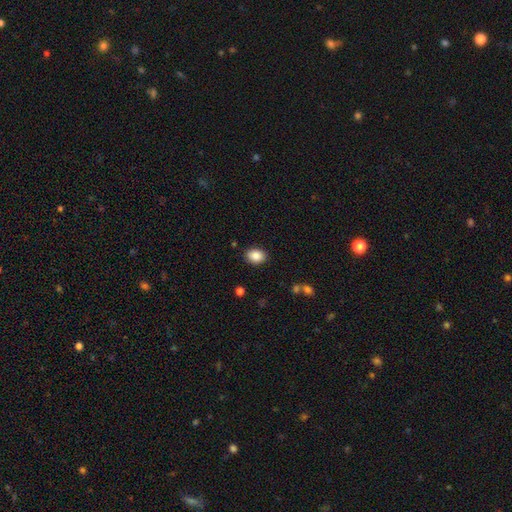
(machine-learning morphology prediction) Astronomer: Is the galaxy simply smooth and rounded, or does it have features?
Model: smooth — 87%.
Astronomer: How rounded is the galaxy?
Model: in between — 70%.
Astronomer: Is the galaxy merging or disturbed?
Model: none — 88%.